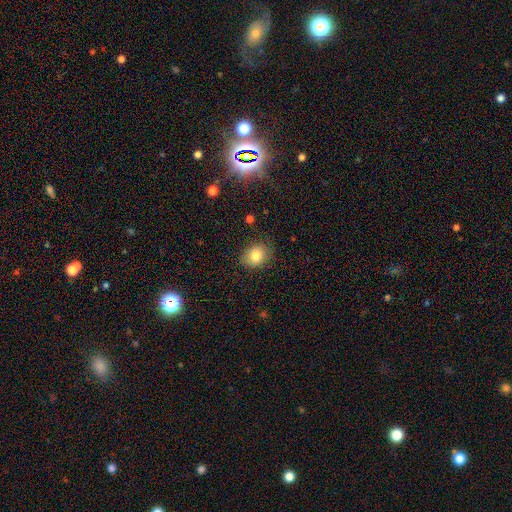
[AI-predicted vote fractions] Overall: smooth (82%). How rounded: round (50%; in between 49%). Merging: none (81%).